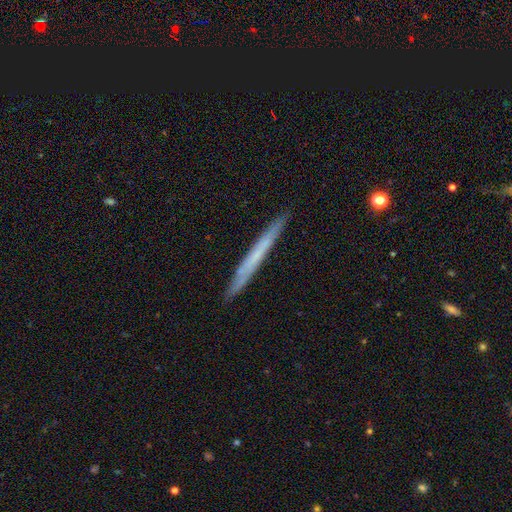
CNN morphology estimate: A smooth galaxy with no disk features (49%). Merging: none (91%).